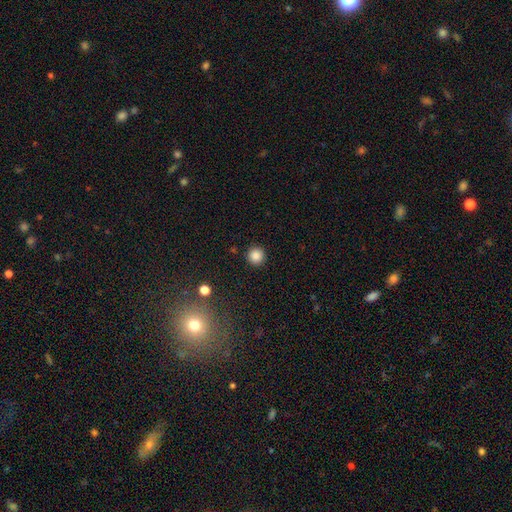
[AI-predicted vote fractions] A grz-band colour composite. It shows a smooth galaxy with no disk features (86%) that is round (95%). Merging: none (92%).